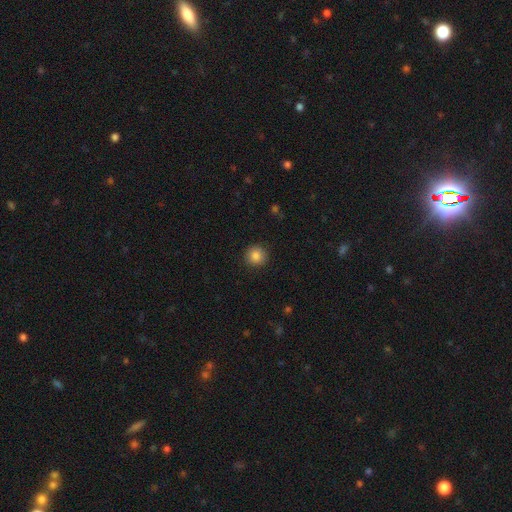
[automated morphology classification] The model was most divided on "smooth or featured": smooth: 86%, star or artifact: 10%, featured or disk: 4%. More confident: how rounded — round (94%); merging — none (91%).